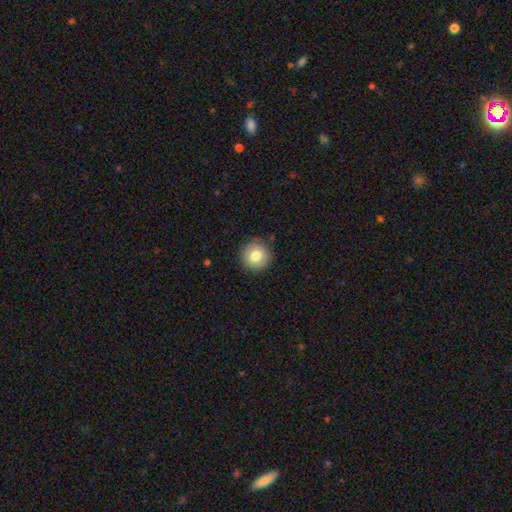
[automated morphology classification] A smooth galaxy with no disk features (80%) that is round (94%).

Vote fractions:
- Smooth or featured? smooth: 80% / featured or disk: 11% / star or artifact: 9%
- How rounded? round: 94% / in between: 5% / cigar-shaped: 1%
- Merging? none: 89% / minor disturbance: 8% / major disturbance: 2% / merger: 1%